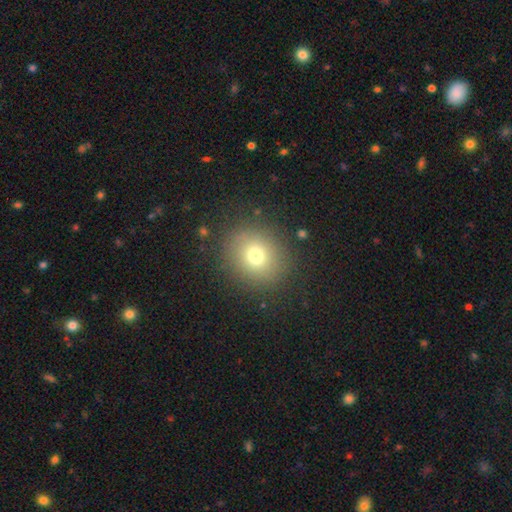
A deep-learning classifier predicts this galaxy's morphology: A smooth galaxy with no disk features (71%) that is round (82%). Merging: none (86%).